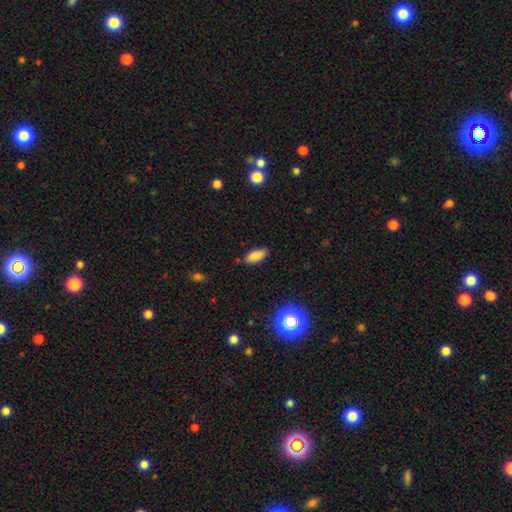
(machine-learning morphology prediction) The model was most divided on "how rounded": in between: 86%, cigar-shaped: 12%, round: 2%. More confident: merging — none (85%); smooth or featured — smooth (84%).